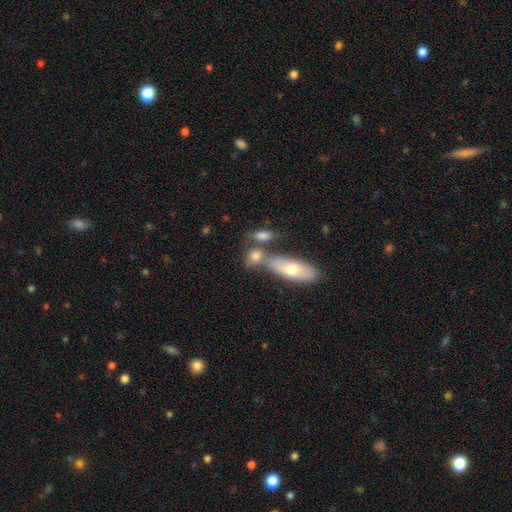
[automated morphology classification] smooth 76%, featured or disk 16%, star or artifact 8%. Down the decision tree: how rounded — in between (63%); merging — none (43%).